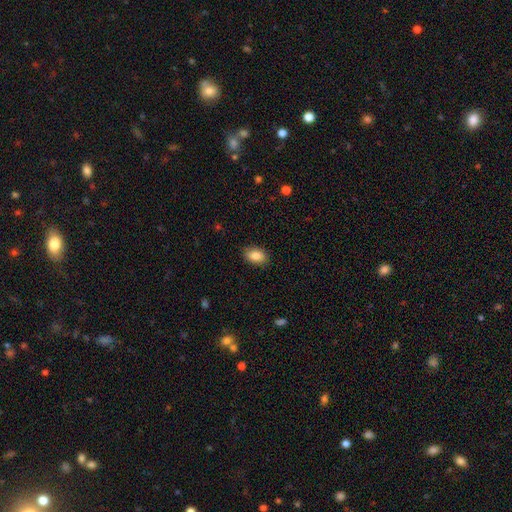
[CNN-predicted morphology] type=smooth (85%); roundness=in between (89%); merging=none (88%).